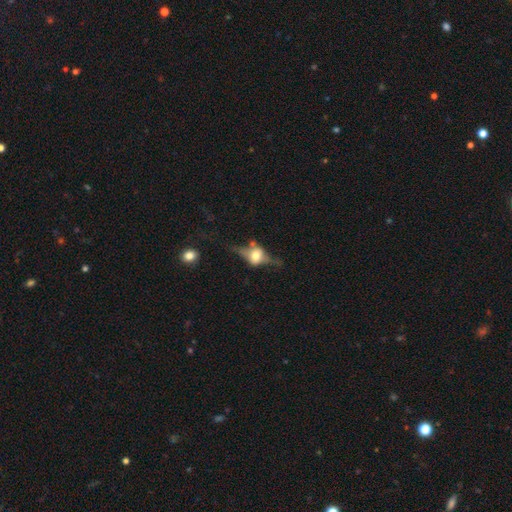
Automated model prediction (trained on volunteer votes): The model was most divided on "merging": none: 56%, minor disturbance: 21%, major disturbance: 17%, merger: 6%. More confident: edge-on bulge — rounded (93%); edge-on disk — yes (85%); smooth or featured — featured or disk (68%).